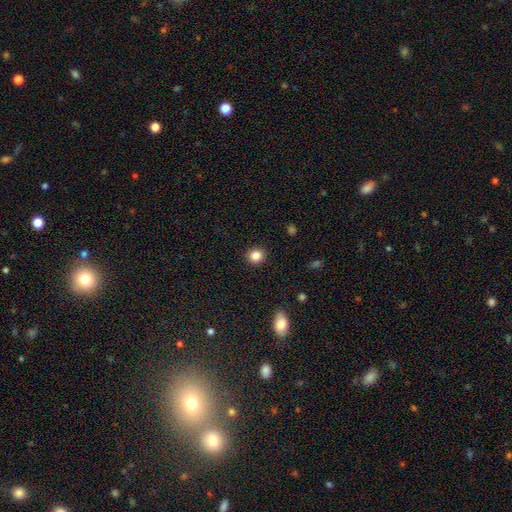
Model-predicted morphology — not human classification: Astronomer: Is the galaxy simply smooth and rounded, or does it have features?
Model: smooth — 85%.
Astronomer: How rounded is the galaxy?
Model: round — 89%.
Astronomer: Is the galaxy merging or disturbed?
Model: none — 92%.